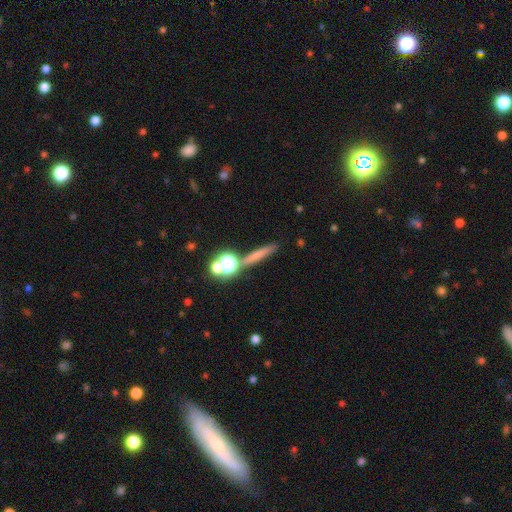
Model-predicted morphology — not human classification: Smooth or featured: smooth — 56% (featured or disk — 23%)
How rounded: cigar-shaped — 75% (round — 16%)
Merging: none — 74% (minor disturbance — 11%)